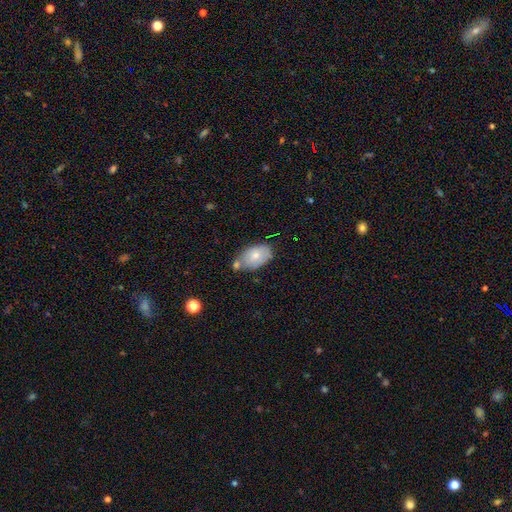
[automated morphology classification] A smooth galaxy with no disk features (71%) that is in between round and cigar-shaped (91%).

Vote fractions:
- Smooth or featured? smooth: 71% / featured or disk: 22% / star or artifact: 7%
- How rounded? in between: 91% / round: 7% / cigar-shaped: 2%
- Merging? none: 50% / minor disturbance: 25% / merger: 20% / major disturbance: 6%